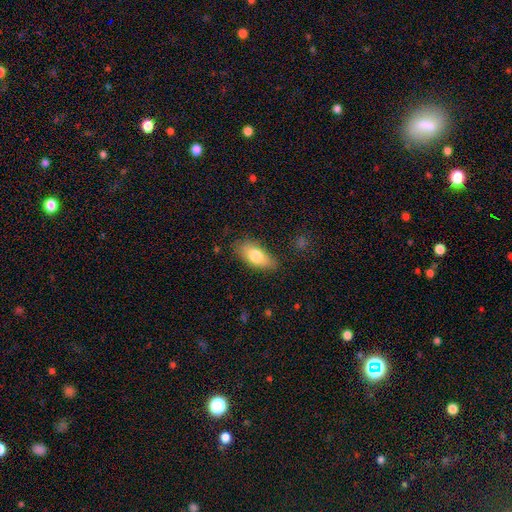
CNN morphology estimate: smooth 77%, featured or disk 16%, star or artifact 6%. Down the decision tree: how rounded — in between (85%); merging — none (78%).